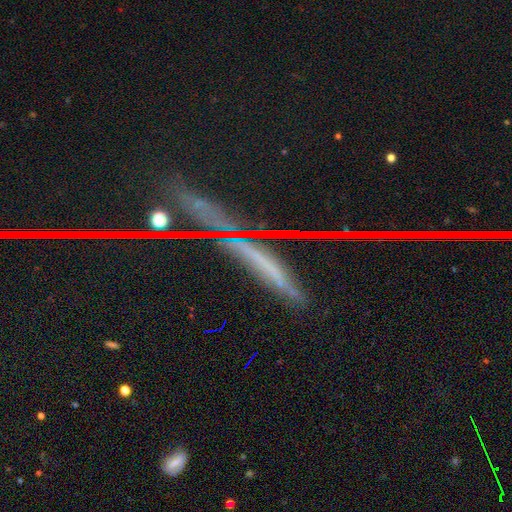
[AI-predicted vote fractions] The model was most divided on "smooth or featured": star or artifact: 43%, featured or disk: 33%, smooth: 24%.